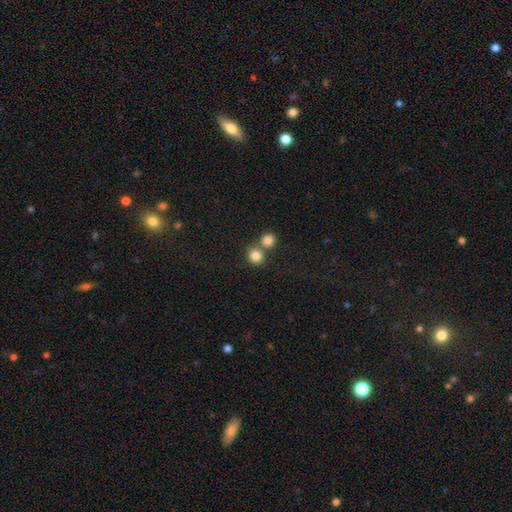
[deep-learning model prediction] Morphology: type=smooth (83%); roundness=round (87%); merging=none (52%).